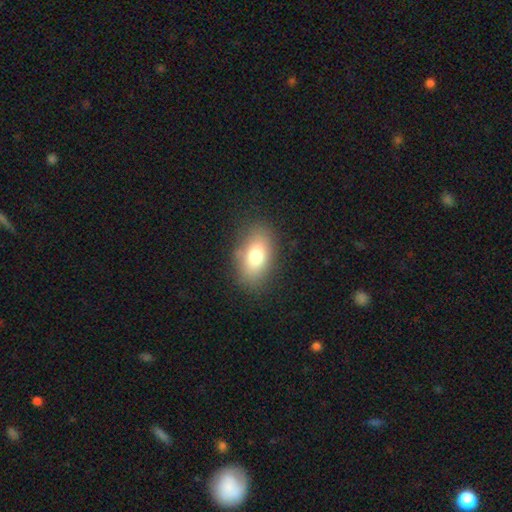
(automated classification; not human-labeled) Q: Smooth or featured?
A: smooth (78%); runner-up: featured or disk (12%)
Q: How rounded?
A: in between (88%); runner-up: round (9%)
Q: Merging?
A: none (82%); runner-up: minor disturbance (12%)